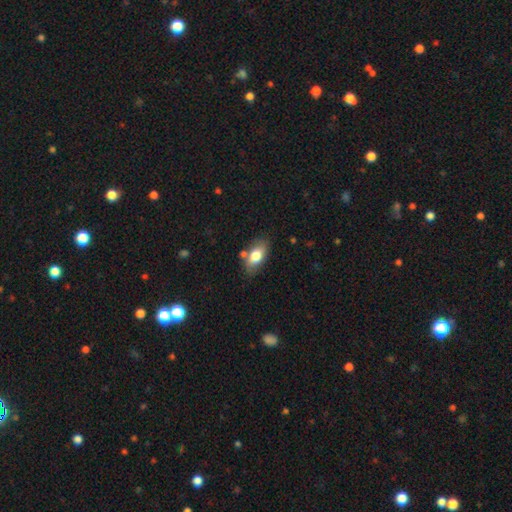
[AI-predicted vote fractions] smooth-or-featured: smooth: 74% | featured or disk: 19% | star or artifact: 7%
  how-rounded: in between: 89% | round: 6% | cigar-shaped: 5%
  merging: none: 72% | minor disturbance: 16% | merger: 8% | major disturbance: 4%